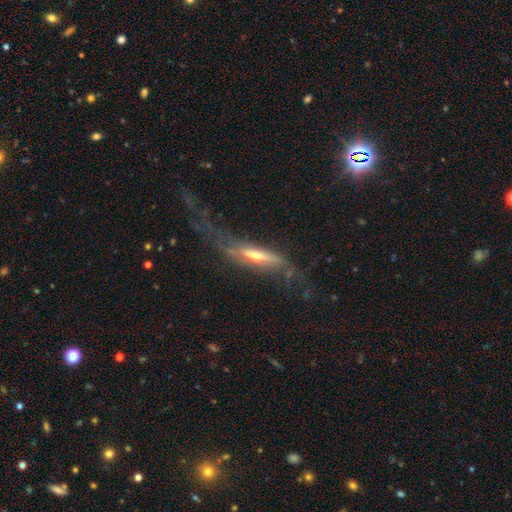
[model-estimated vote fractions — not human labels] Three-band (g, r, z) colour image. It shows a featured or disk galaxy (69%) viewed edge-on (71%). Merging: none (38%).